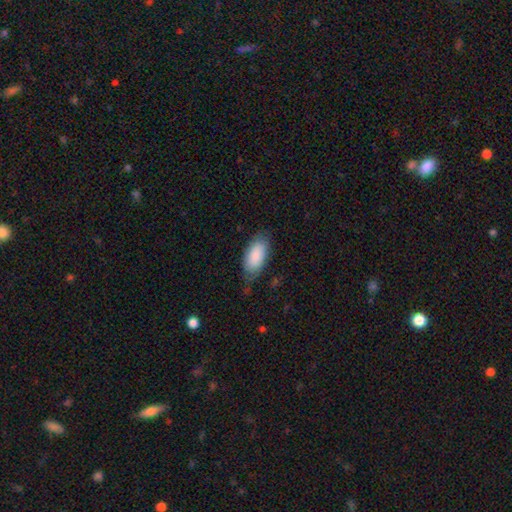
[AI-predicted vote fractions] This appears to be a smooth galaxy with no disk features (85%) that is in between round and cigar-shaped (93%). Merging: none (65%).